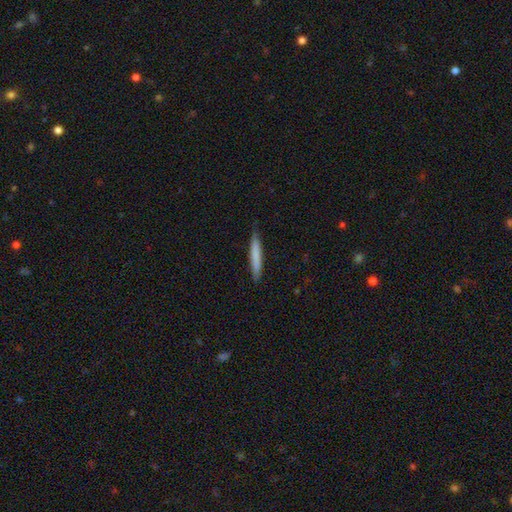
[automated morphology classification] A smooth galaxy with no disk features (75%) that is cigar-shaped (95%).

Vote fractions:
- Smooth or featured? smooth: 75% / featured or disk: 20% / star or artifact: 5%
- How rounded? cigar-shaped: 95% / in between: 4% / round: 1%
- Merging? none: 87% / minor disturbance: 10% / major disturbance: 2% / merger: 1%